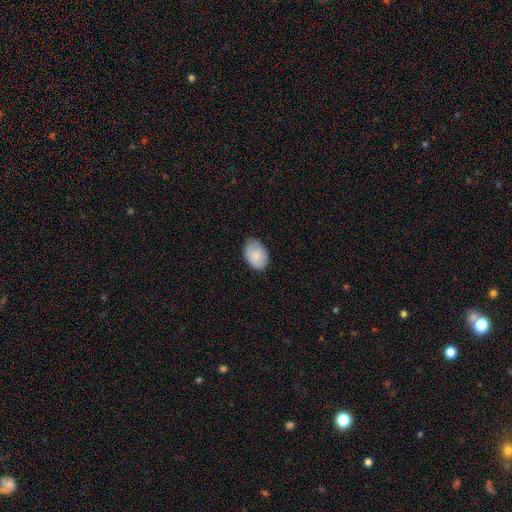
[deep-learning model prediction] Overall: smooth (82%). How rounded: in between (83%). Merging: none (73%).